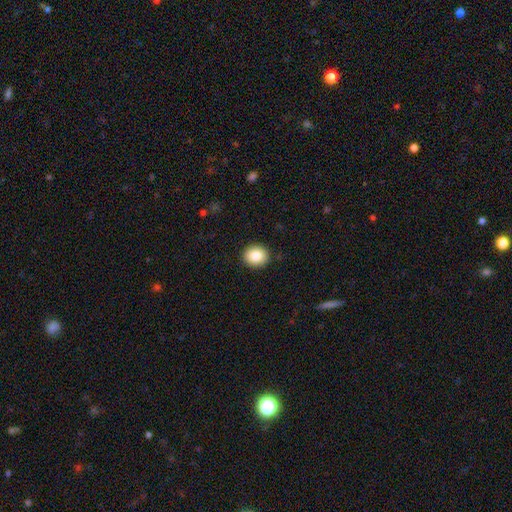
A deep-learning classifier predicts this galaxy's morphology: smooth 85%, star or artifact 8%, featured or disk 7%. Down the decision tree: how rounded — round (77%); merging — none (91%).